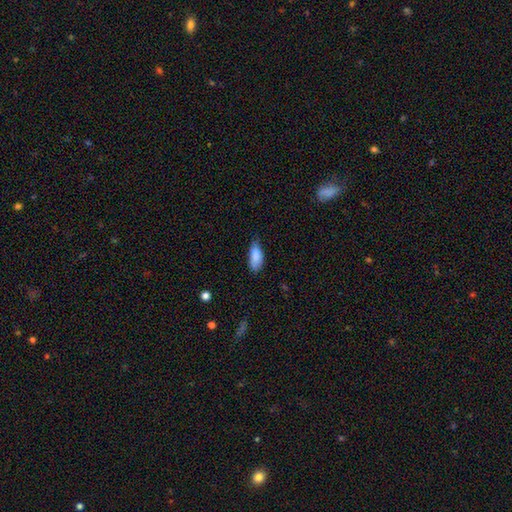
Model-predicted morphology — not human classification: A smooth galaxy with no disk features (86%) that is in between round and cigar-shaped (85%). Merging: none (57%).